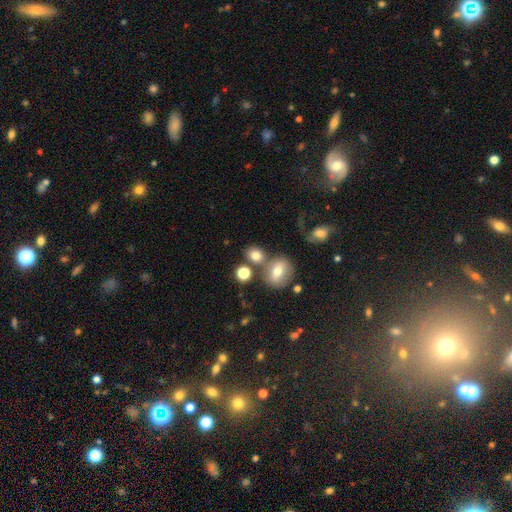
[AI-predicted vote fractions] A smooth galaxy with no disk features (76%) that is round (67%). Merging: none (58%).